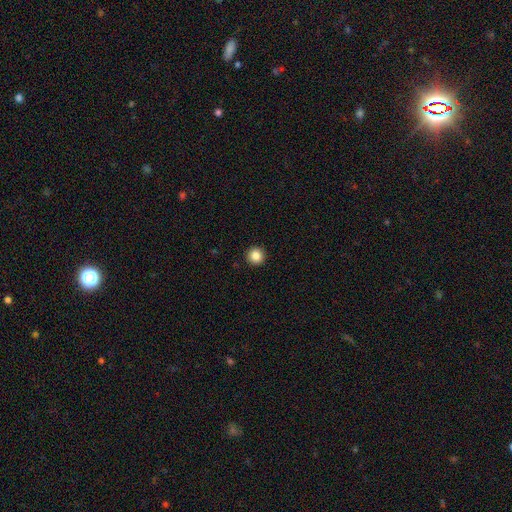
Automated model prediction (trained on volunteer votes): This is clearly a smooth galaxy (86%). How rounded: clearly round (95%). Merging: clearly none (93%).